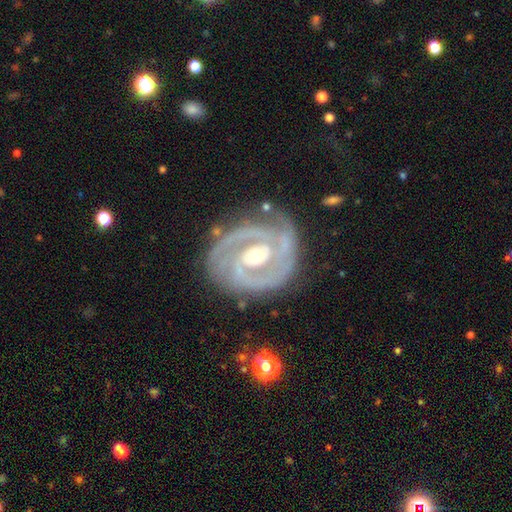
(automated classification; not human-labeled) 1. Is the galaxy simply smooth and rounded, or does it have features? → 89% featured or disk, 6% star or artifact, 5% smooth.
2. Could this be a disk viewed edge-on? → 97% no, 3% yes.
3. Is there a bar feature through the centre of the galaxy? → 40% weak, 39% strong, 21% no.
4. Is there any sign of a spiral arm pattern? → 97% yes, 3% no.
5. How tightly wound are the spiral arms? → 64% tight, 31% medium, 5% loose.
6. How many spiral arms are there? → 68% 2, 14% 3, 9% can't tell, 3% 1, 3% 4, 3% more than 4.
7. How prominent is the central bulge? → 62% moderate, 33% small, 4% large, 1% none, 1% dominant.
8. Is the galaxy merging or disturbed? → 74% none, 17% minor disturbance, 7% major disturbance, 2% merger.